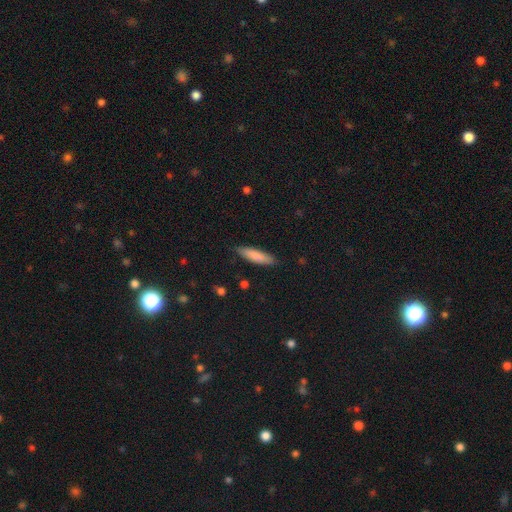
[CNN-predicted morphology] Smooth or featured? smooth (83%)
How rounded? cigar-shaped (72%)
Merging? none (87%)